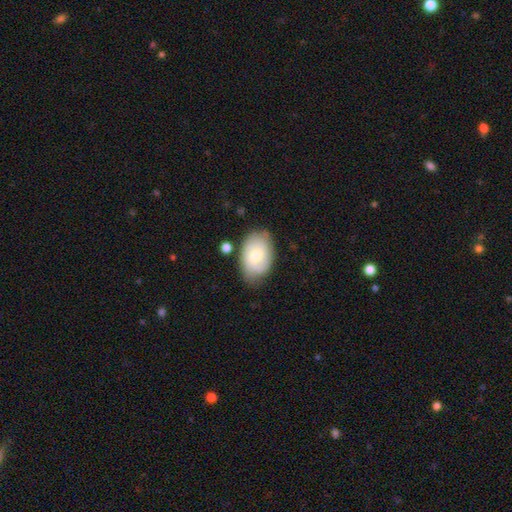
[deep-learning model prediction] A smooth galaxy with no disk features (62%) that is in between round and cigar-shaped (87%).

Vote fractions:
- Smooth or featured? smooth: 62% / featured or disk: 32% / star or artifact: 7%
- How rounded? in between: 87% / round: 11% / cigar-shaped: 1%
- Merging? none: 69% / minor disturbance: 22% / major disturbance: 5% / merger: 3%